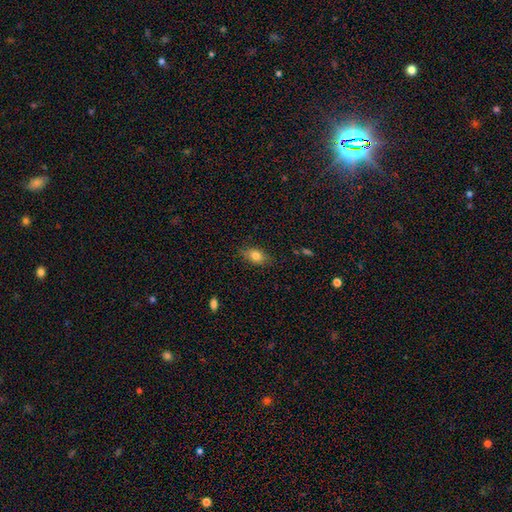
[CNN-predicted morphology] Q: Smooth or featured?
A: smooth (79%); runner-up: featured or disk (12%)
Q: How rounded?
A: in between (79%); runner-up: round (16%)
Q: Merging?
A: none (79%); runner-up: minor disturbance (16%)